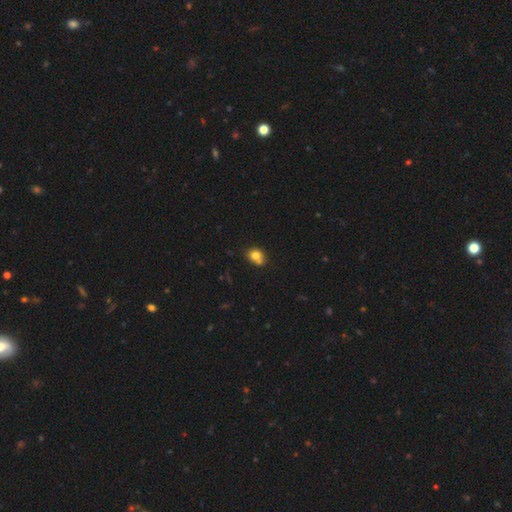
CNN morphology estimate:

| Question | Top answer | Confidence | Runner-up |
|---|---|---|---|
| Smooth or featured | smooth | 77% | featured or disk (12%) |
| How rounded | round | 56% | in between (43%) |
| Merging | none | 51% | merger (22%) |